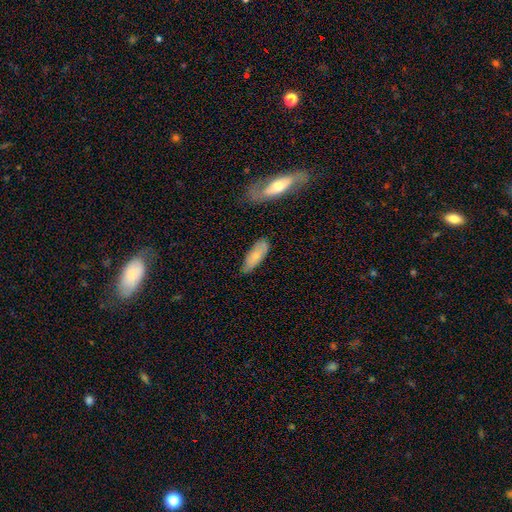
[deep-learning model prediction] Smooth or featured?
  - smooth: 73% *
  - featured or disk: 21%
  - star or artifact: 7%
How rounded?
  - in between: 66% *
  - cigar-shaped: 32%
  - round: 2%
Merging?
  - none: 65% *
  - minor disturbance: 26%
  - major disturbance: 6%
  - merger: 3%